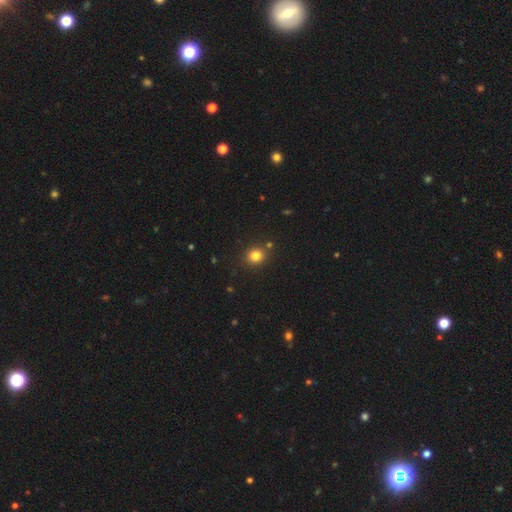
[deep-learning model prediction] Smooth or featured? Predicted: smooth (p=0.81). How rounded? Predicted: round (p=0.80). Merging? Predicted: none (p=0.84).